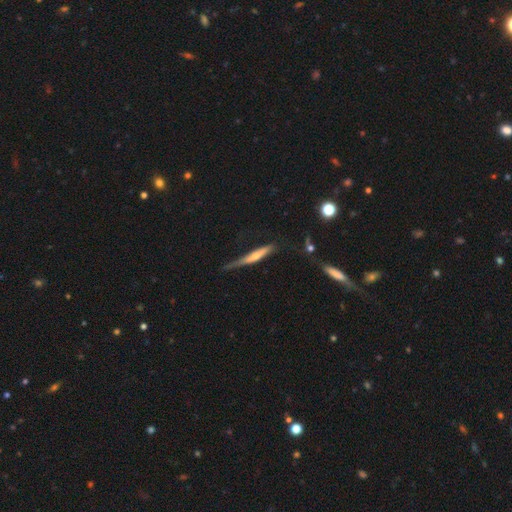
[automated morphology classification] A featured or disk galaxy (47%).

Vote fractions:
- Smooth or featured? featured or disk: 47% / smooth: 46% / star or artifact: 7%
- Merging? none: 45% / minor disturbance: 34% / major disturbance: 16% / merger: 4%